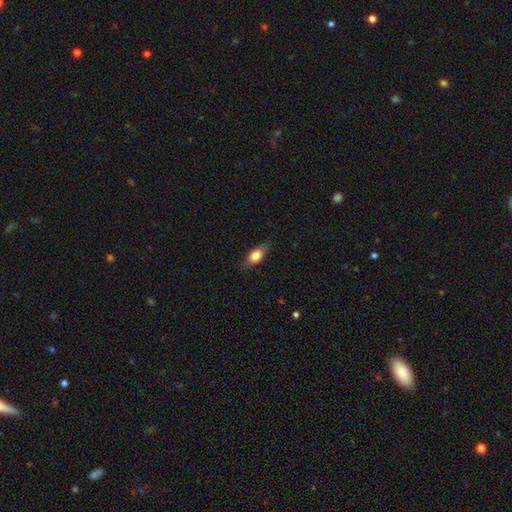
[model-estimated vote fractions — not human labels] This is likely a smooth galaxy (73%). How rounded: likely in between (76%). Merging: likely none (78%).